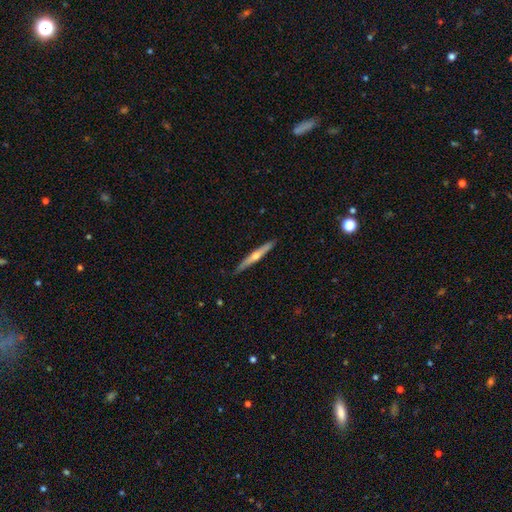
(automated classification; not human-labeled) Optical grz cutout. It shows a featured or disk galaxy (60%) viewed edge-on (96%) with a rounded central bulge (84%). Merging: none (87%).